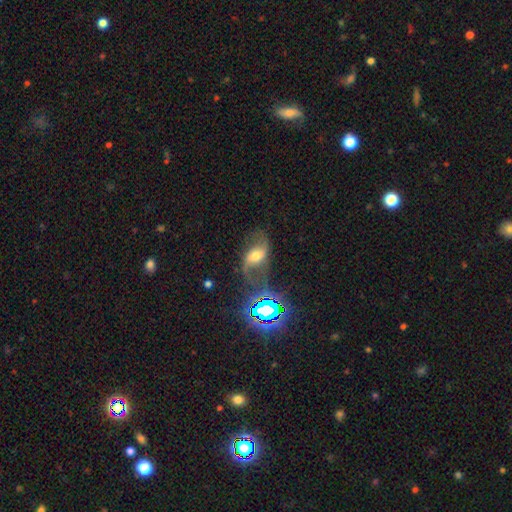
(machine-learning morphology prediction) The model was most divided on "bar": weak: 38%, no: 35%, strong: 27%. More confident: edge-on disk — no (95%); spiral arms — yes (91%); spiral arm count — 2 (89%); spiral winding — loose (78%); smooth or featured — featured or disk (70%); merging — none (63%); bulge size — moderate (58%).